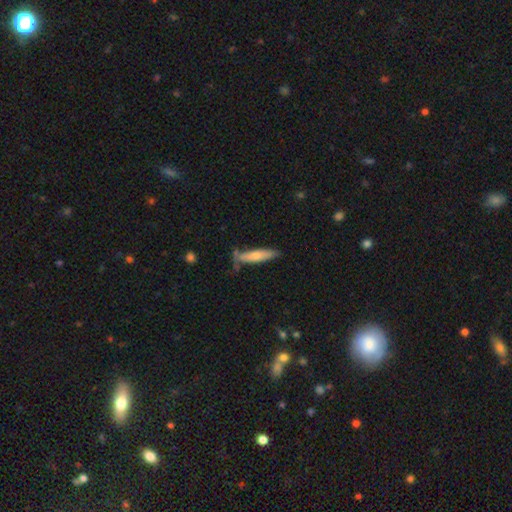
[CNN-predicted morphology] smooth-or-featured: smooth: 69% | featured or disk: 26% | star or artifact: 5%
  how-rounded: cigar-shaped: 81% | in between: 17% | round: 1%
  merging: none: 66% | minor disturbance: 22% | merger: 7% | major disturbance: 5%